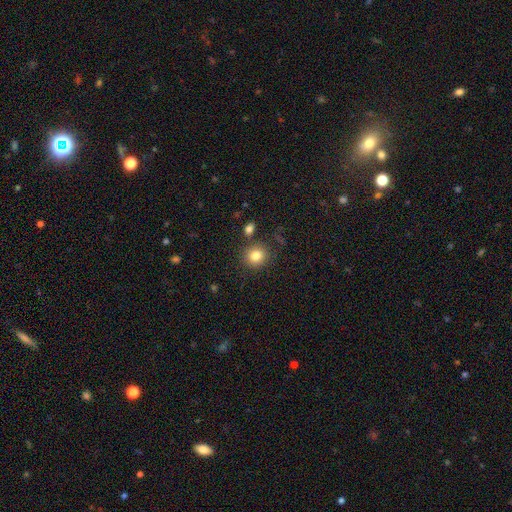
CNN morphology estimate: A smooth galaxy with no disk features (83%) that is round (84%). Merging: none (82%).